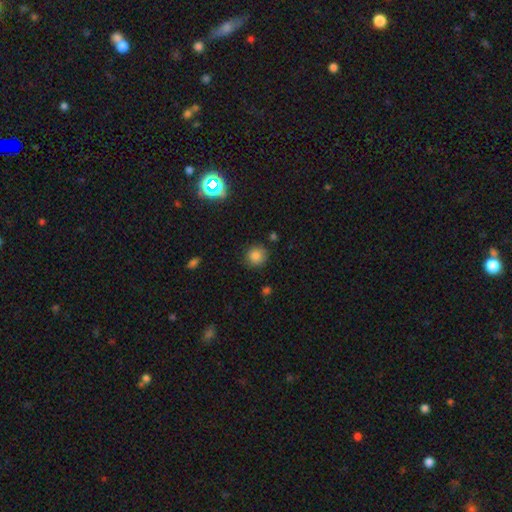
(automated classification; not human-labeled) smooth-or-featured: smooth: 83% | star or artifact: 12% | featured or disk: 5%
  how-rounded: round: 91% | in between: 8% | cigar-shaped: 1%
  merging: none: 86% | minor disturbance: 10% | major disturbance: 3% | merger: 2%